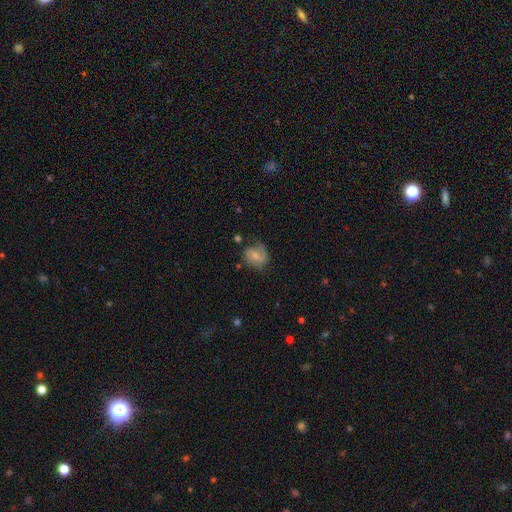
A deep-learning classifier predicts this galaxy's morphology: The model was most divided on "smooth or featured": smooth: 56%, featured or disk: 35%, star or artifact: 9%. More confident: how rounded — round (61%); merging — none (55%).